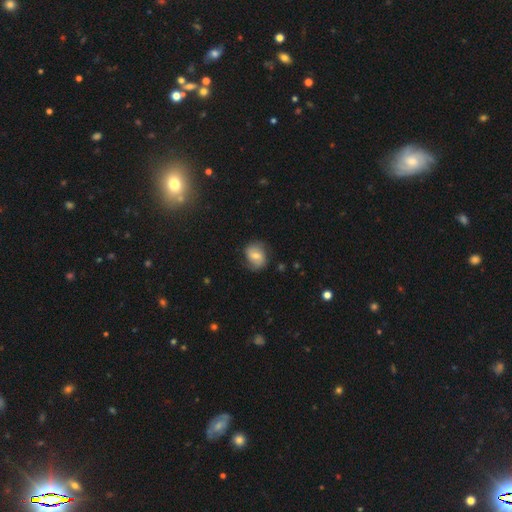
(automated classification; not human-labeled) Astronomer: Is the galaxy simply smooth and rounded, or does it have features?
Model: smooth — 50% (runner-up: featured or disk, 41%).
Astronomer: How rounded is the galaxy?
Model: round — 54% (runner-up: in between, 44%).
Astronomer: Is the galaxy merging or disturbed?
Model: none — 73%.